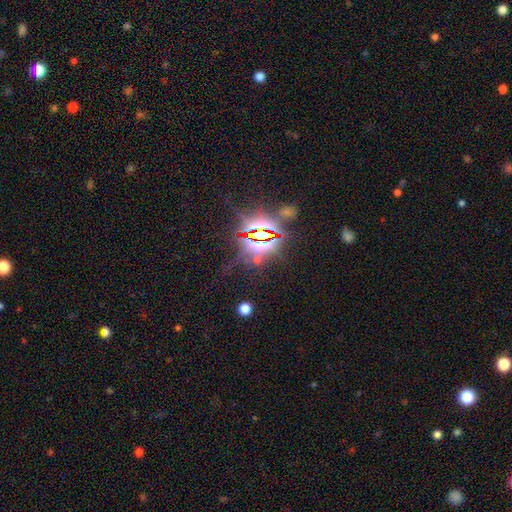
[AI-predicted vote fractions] star or artifact 83%, featured or disk 9%, smooth 8%.